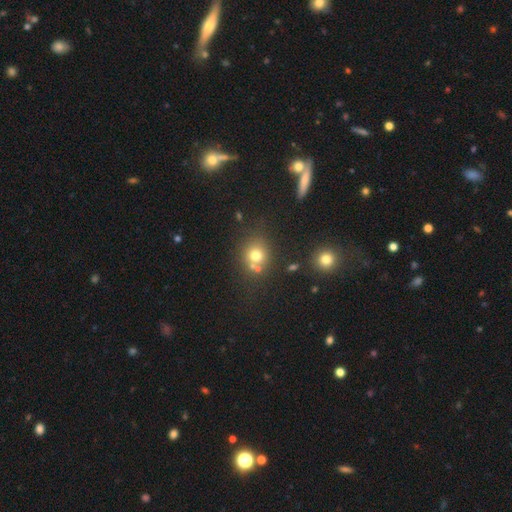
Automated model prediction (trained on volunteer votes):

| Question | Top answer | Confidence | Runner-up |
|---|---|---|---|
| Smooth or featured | smooth | 72% | star or artifact (16%) |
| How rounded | round | 82% | in between (17%) |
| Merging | none | 62% | merger (22%) |